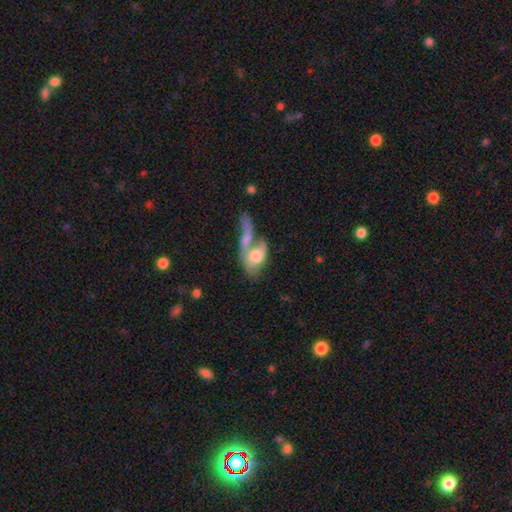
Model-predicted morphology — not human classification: smooth_or_featured: smooth (p=0.56) [alt: featured or disk p=0.37]
how_rounded: in between (p=0.82) [alt: round p=0.12]
merging: merger (p=0.71) [alt: none p=0.12]